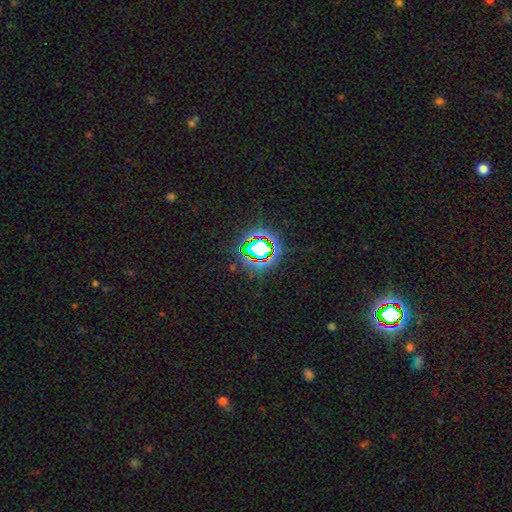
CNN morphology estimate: This is likely a star or artifact rather than a galaxy (72%).